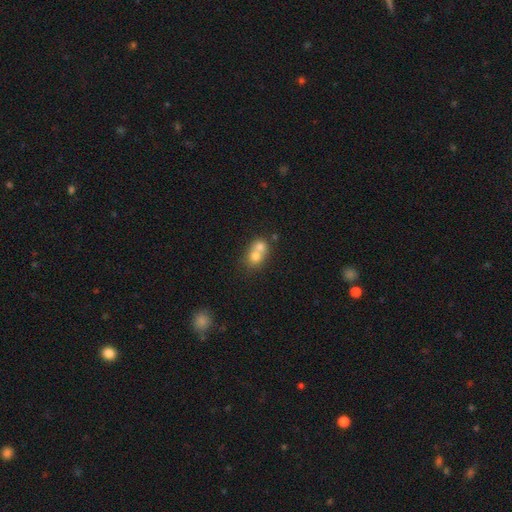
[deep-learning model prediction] Smooth or featured? smooth (70%)
How rounded? round (69%)
Merging? merger (70%)